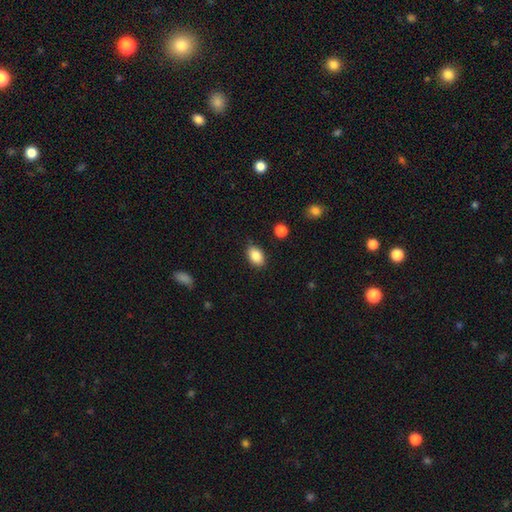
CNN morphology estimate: Overall: smooth (88%). How rounded: in between (87%). Merging: none (84%).